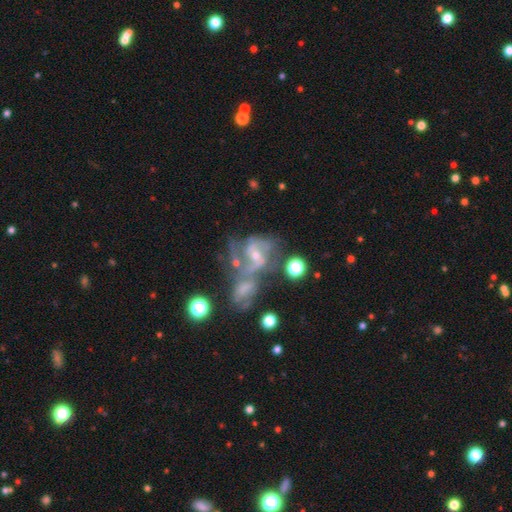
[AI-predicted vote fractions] smooth-or-featured: featured or disk: 76% | star or artifact: 13% | smooth: 12%
  disk-edge-on: no: 97% | yes: 3%
    bar: weak: 40% (tied) | no: 40% (tied) | strong: 20%
    has-spiral-arms: yes: 88% | no: 12%
      spiral-winding: medium: 49% | tight: 28% | loose: 24%
      spiral-arm-count: 2: 55% | can't tell: 23% | 3: 10% | 1: 6% | 4: 3% | more than 4: 3%
    bulge-size: small: 58% | moderate: 34% | none: 4% | large: 2% | dominant: 1%
  merging: merger: 48% | none: 25% | major disturbance: 16% | minor disturbance: 11%